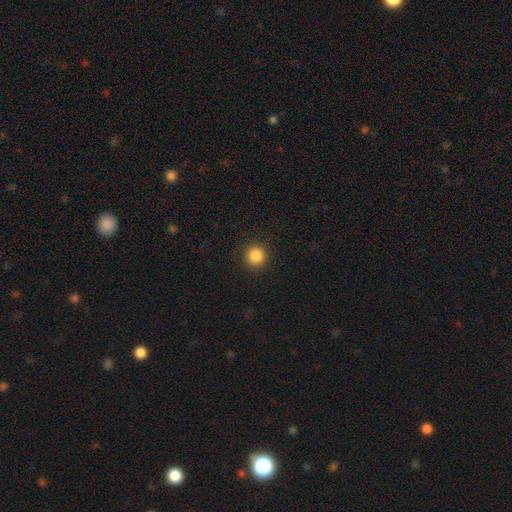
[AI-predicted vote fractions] Smooth or featured?
  - smooth: 86% *
  - star or artifact: 11%
  - featured or disk: 3%
How rounded?
  - round: 95% *
  - in between: 4%
  - cigar-shaped: 1%
Merging?
  - none: 92% *
  - minor disturbance: 5%
  - major disturbance: 2%
  - merger: 1%